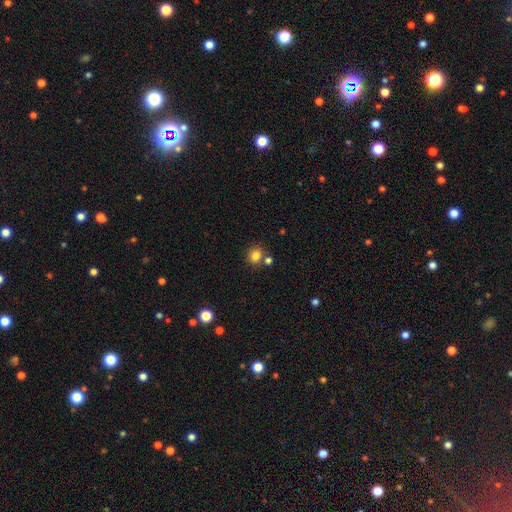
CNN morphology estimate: Q: Smooth or featured?
A: smooth (82%); runner-up: star or artifact (12%)
Q: How rounded?
A: round (69%); runner-up: in between (30%)
Q: Merging?
A: none (69%); runner-up: merger (17%)